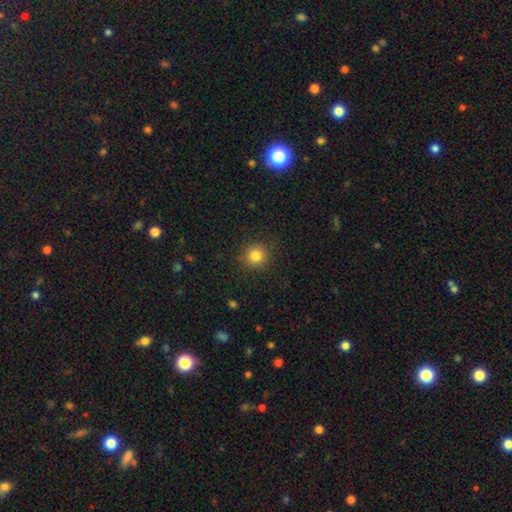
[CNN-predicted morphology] This appears to be a smooth galaxy with no disk features (82%) that is round (93%). Merging: none (89%).